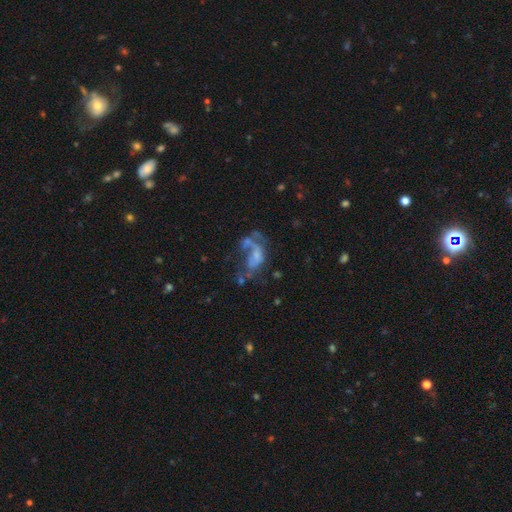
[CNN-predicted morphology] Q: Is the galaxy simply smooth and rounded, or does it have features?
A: featured or disk — 57%.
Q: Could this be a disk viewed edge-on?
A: no — 97%.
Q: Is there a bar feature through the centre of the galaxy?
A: no — 77%.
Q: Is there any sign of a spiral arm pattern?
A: no — 65%.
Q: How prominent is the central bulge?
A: none — 38%.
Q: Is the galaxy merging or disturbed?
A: major disturbance — 42%.